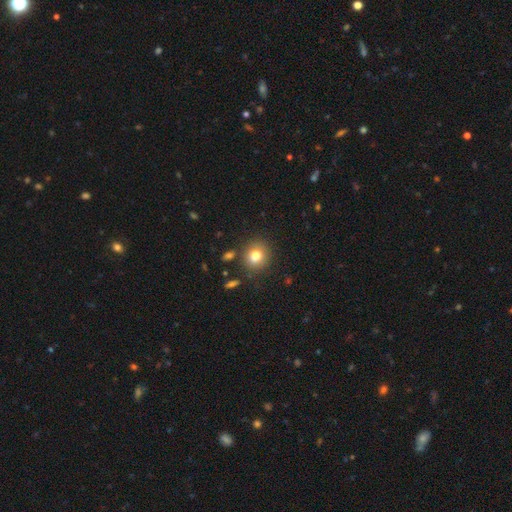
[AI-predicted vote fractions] Q: Smooth or featured?
A: smooth (81%); runner-up: star or artifact (11%)
Q: How rounded?
A: round (75%); runner-up: in between (24%)
Q: Merging?
A: none (82%); runner-up: minor disturbance (10%)